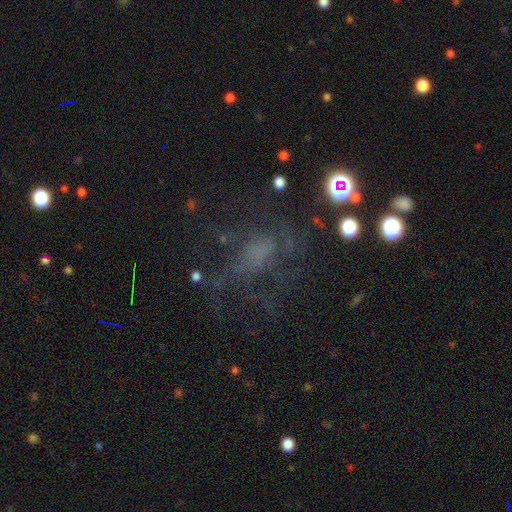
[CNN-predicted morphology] Smooth or featured? featured or disk (41%)
Merging? none (50%)